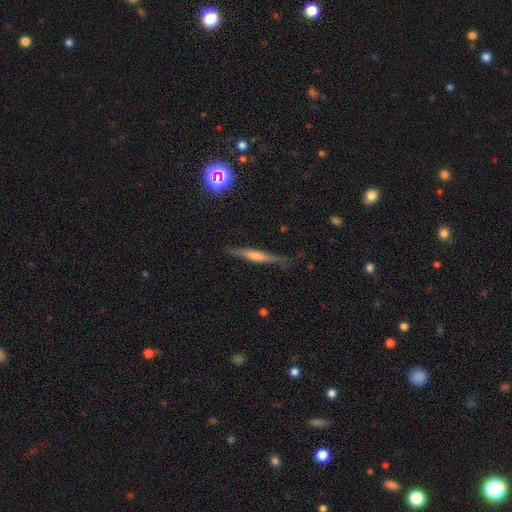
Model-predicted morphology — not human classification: This is likely a featured or disk galaxy (60%). It is clearly viewed edge-on (95%). Edge-on bulge: possibly rounded (52%). Merging: clearly none (84%).